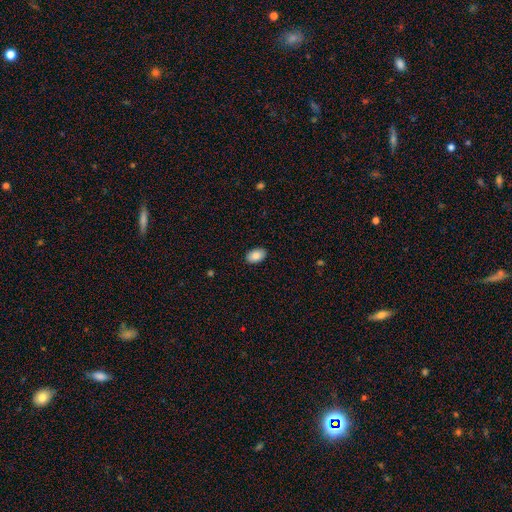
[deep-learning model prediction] smooth-or-featured: smooth: 87% | star or artifact: 7% | featured or disk: 6%
  how-rounded: in between: 91% | round: 7% | cigar-shaped: 1%
  merging: none: 90% | minor disturbance: 8% | major disturbance: 2% | merger: 1%